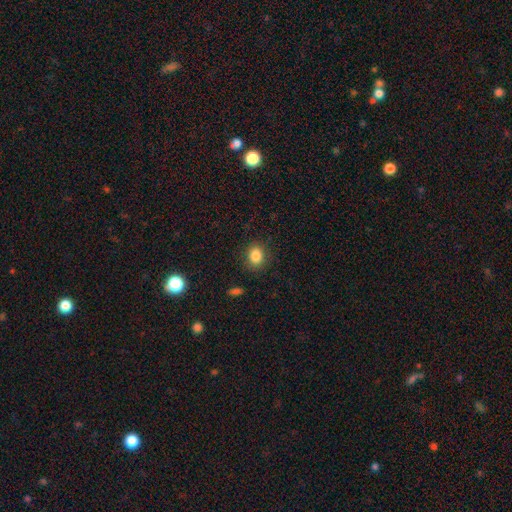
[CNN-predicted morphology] This is clearly a smooth galaxy (84%). How rounded: possibly round (52%). Merging: clearly none (87%).